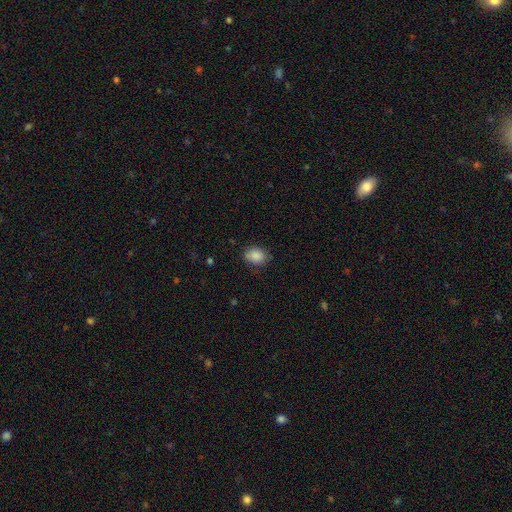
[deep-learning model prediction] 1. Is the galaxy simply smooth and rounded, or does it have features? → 87% smooth, 8% star or artifact, 5% featured or disk.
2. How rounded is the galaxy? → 55% in between, 44% round, 1% cigar-shaped.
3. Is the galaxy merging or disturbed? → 81% none, 15% minor disturbance, 3% major disturbance, 1% merger.